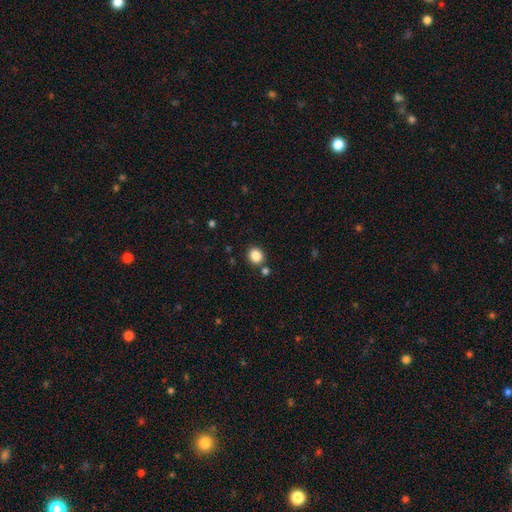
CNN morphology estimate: Smooth or featured? Predicted: smooth (p=0.86). How rounded? Predicted: round (p=0.78). Merging? Predicted: none (p=0.83).